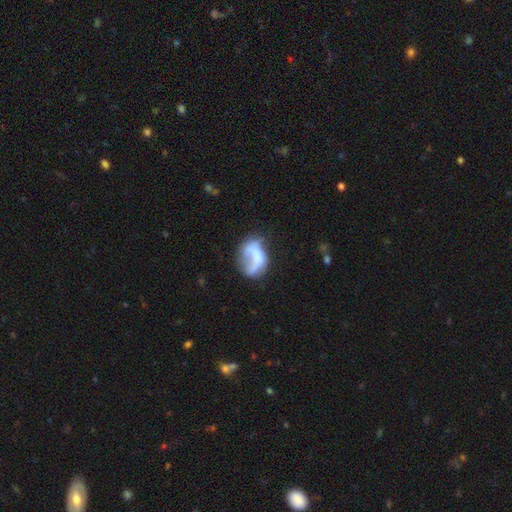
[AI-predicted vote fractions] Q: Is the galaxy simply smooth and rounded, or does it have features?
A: smooth — 50%.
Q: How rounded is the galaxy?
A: in between — 71%.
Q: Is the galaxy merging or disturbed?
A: major disturbance — 36%.